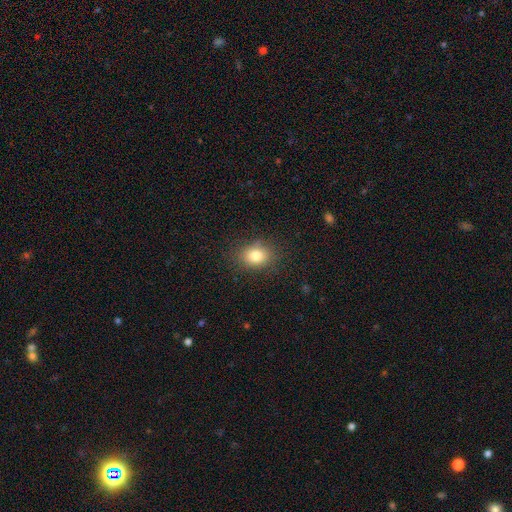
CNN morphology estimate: Smooth or featured?
  - smooth: 81% *
  - star or artifact: 11%
  - featured or disk: 8%
How rounded?
  - in between: 52% *
  - round: 47%
  - cigar-shaped: 1%
Merging?
  - none: 83% *
  - minor disturbance: 12%
  - major disturbance: 4%
  - merger: 1%